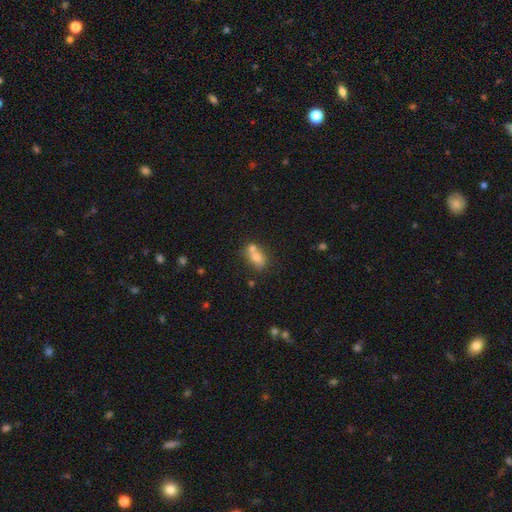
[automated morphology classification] type=smooth (69%); roundness=in between (76%); merging=merger (43%).